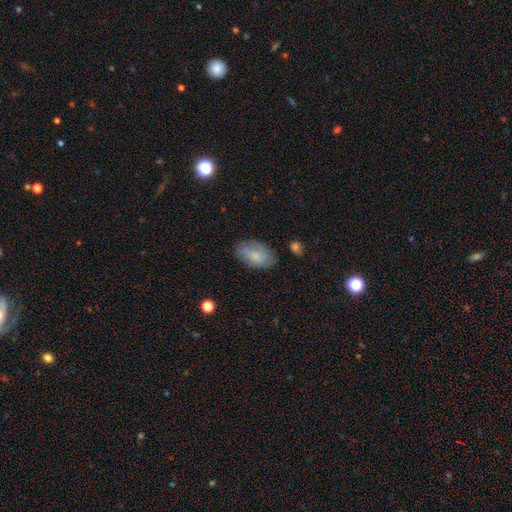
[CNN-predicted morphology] This is likely a smooth galaxy (76%). How rounded: clearly in between (93%). Merging: likely none (76%).